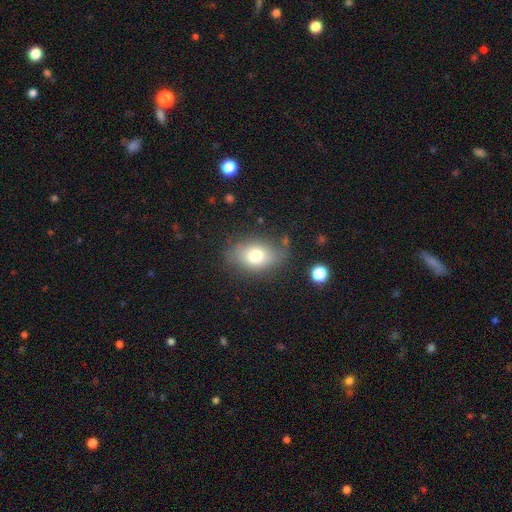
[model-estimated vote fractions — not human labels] Smooth or featured?
  - smooth: 74% *
  - featured or disk: 16%
  - star or artifact: 10%
How rounded?
  - in between: 77% *
  - round: 21%
  - cigar-shaped: 1%
Merging?
  - none: 68% *
  - minor disturbance: 21%
  - major disturbance: 8%
  - merger: 3%